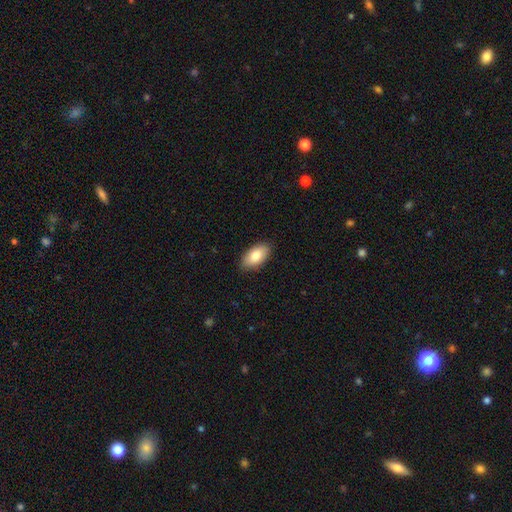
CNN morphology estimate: smooth_or_featured: smooth (p=0.82) [alt: featured or disk p=0.12]
how_rounded: in between (p=0.94) [alt: round p=0.04]
merging: none (p=0.87) [alt: minor disturbance p=0.10]